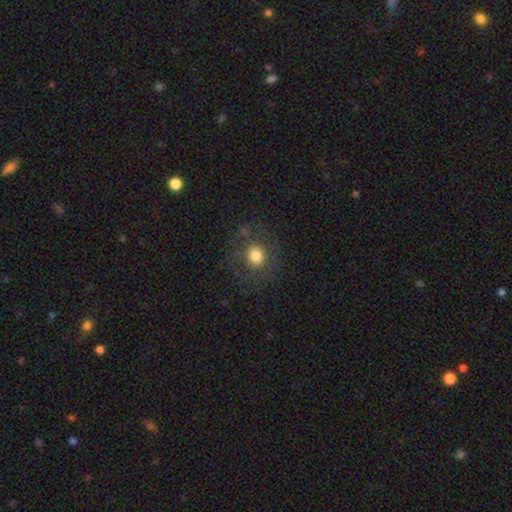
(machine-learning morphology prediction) Overall: smooth (72%). How rounded: round (85%). Merging: none (77%).